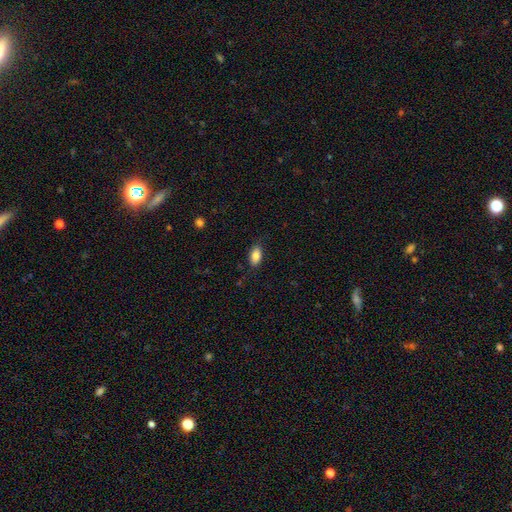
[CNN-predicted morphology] smooth-or-featured: smooth: 86% | star or artifact: 8% | featured or disk: 6%
  how-rounded: in between: 91% | cigar-shaped: 5% | round: 4%
  merging: none: 82% | minor disturbance: 14% | major disturbance: 3% | merger: 1%